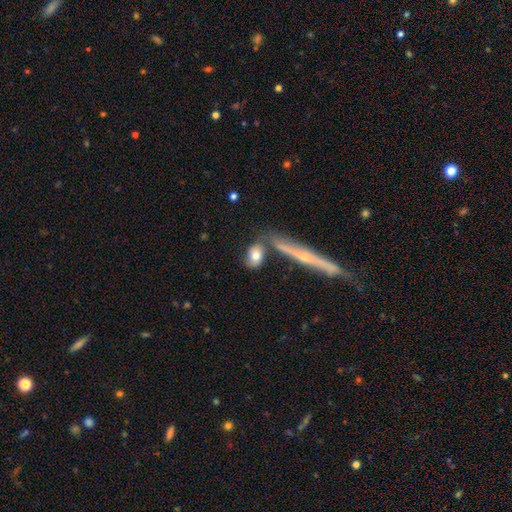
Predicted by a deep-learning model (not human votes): A smooth galaxy with no disk features (73%) that is in between round and cigar-shaped (69%).

Vote fractions:
- Smooth or featured? smooth: 73% / featured or disk: 19% / star or artifact: 7%
- How rounded? in between: 69% / round: 19% / cigar-shaped: 12%
- Merging? none: 64% / merger: 16% / minor disturbance: 15% / major disturbance: 5%